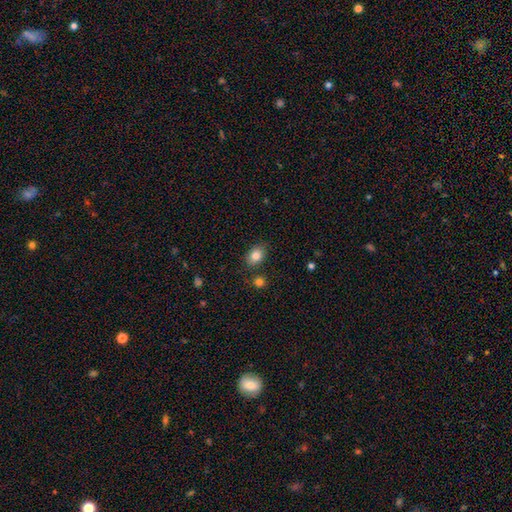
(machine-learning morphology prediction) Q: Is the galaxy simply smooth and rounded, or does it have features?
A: smooth — 83%.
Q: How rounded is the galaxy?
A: in between — 75%.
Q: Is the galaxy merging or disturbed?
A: none — 81%.